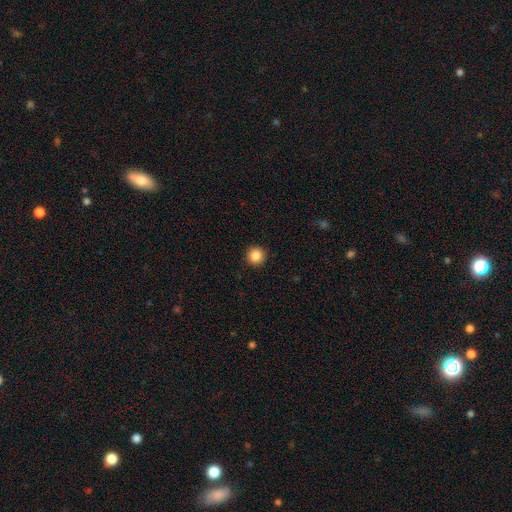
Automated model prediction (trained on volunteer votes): Smooth or featured: smooth — 86% (star or artifact — 10%)
How rounded: round — 96% (in between — 3%)
Merging: none — 93% (minor disturbance — 4%)